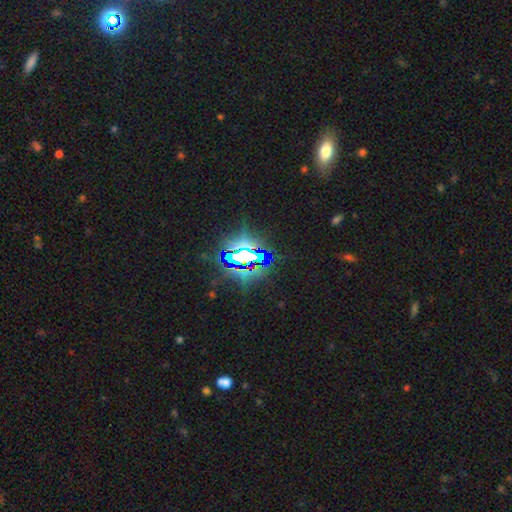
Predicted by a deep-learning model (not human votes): star or artifact 79%, smooth 11%, featured or disk 10%.